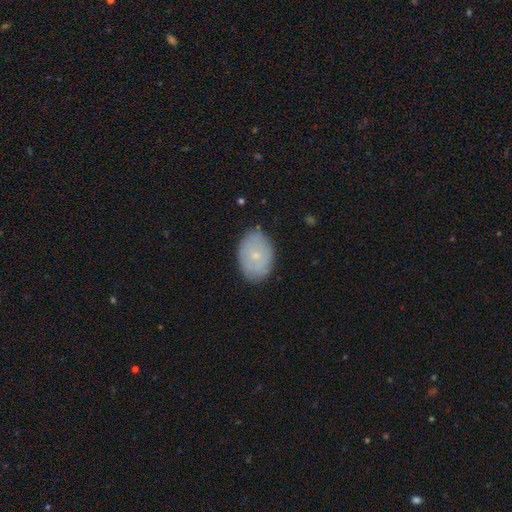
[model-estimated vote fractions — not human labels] A smooth galaxy with no disk features (58%) that is in between round and cigar-shaped (77%).

Vote fractions:
- Smooth or featured? smooth: 58% / featured or disk: 34% / star or artifact: 7%
- How rounded? in between: 77% / round: 22% / cigar-shaped: 1%
- Merging? none: 82% / minor disturbance: 14% / major disturbance: 3% / merger: 1%